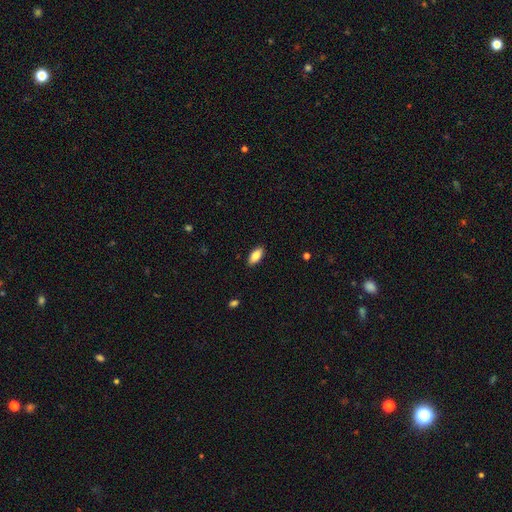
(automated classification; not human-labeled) This appears to be a smooth galaxy with no disk features (83%) that is in between round and cigar-shaped (86%). Merging: none (89%).